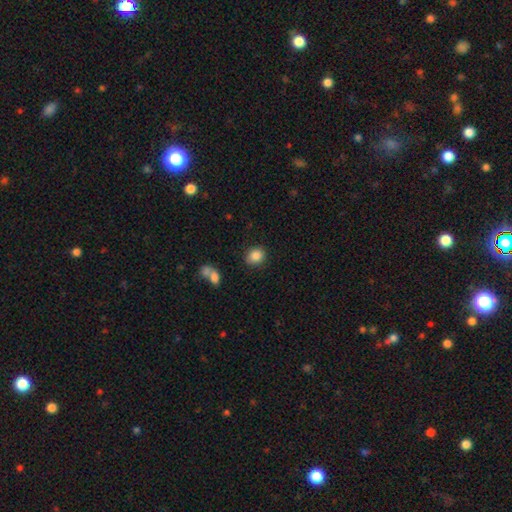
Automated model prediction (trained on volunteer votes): The model was most divided on "how rounded": round: 66%, in between: 33%, cigar-shaped: 1%. More confident: smooth or featured — smooth (86%); merging — none (84%).